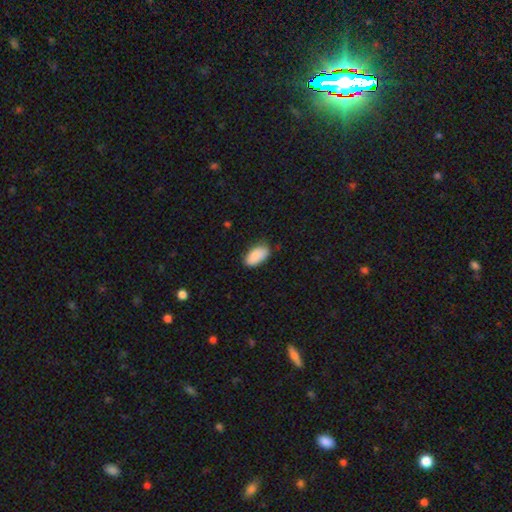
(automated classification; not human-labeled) A smooth galaxy with no disk features (88%) that is in between round and cigar-shaped (94%).

Vote fractions:
- Smooth or featured? smooth: 88% / star or artifact: 6% / featured or disk: 5%
- How rounded? in between: 94% / round: 3% / cigar-shaped: 3%
- Merging? none: 76% / minor disturbance: 20% / major disturbance: 3% / merger: 1%